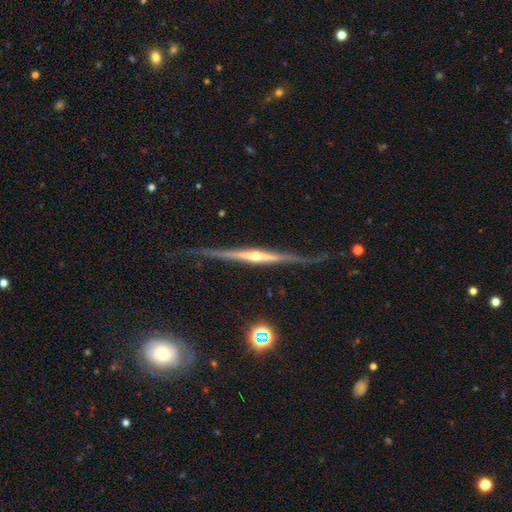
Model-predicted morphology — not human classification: Smooth or featured?
  - featured or disk: 86% *
  - smooth: 8%
  - star or artifact: 6%
Edge-on disk?
  - yes: 97% *
  - no: 3%
Edge-on bulge?
  - rounded: 83% *
  - none: 12%
  - boxy: 5%
Merging?
  - none: 75% *
  - minor disturbance: 18%
  - major disturbance: 5%
  - merger: 2%